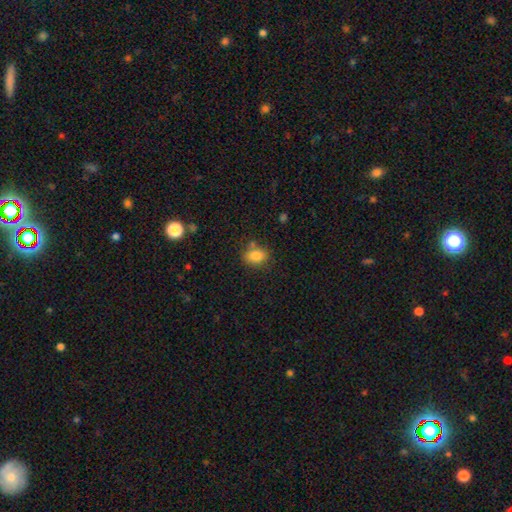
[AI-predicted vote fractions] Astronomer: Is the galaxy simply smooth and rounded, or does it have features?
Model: smooth — 84%.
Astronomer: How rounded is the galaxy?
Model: in between — 68%.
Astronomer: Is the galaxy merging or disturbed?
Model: none — 72%.